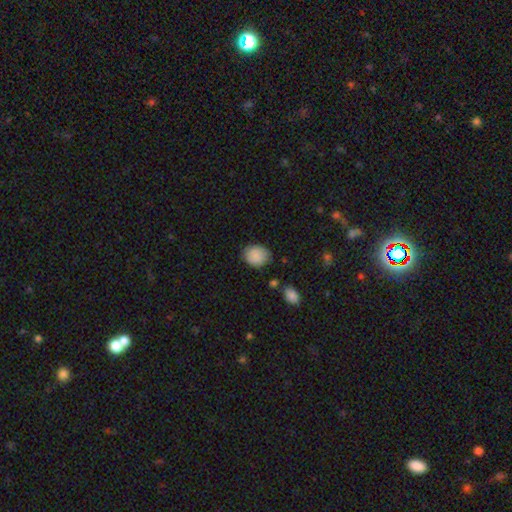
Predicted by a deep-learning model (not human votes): A smooth galaxy with no disk features (87%) that is round (59%).

Vote fractions:
- Smooth or featured? smooth: 87% / star or artifact: 7% / featured or disk: 5%
- How rounded? round: 59% / in between: 40% / cigar-shaped: 1%
- Merging? none: 78% / minor disturbance: 16% / major disturbance: 3% / merger: 2%